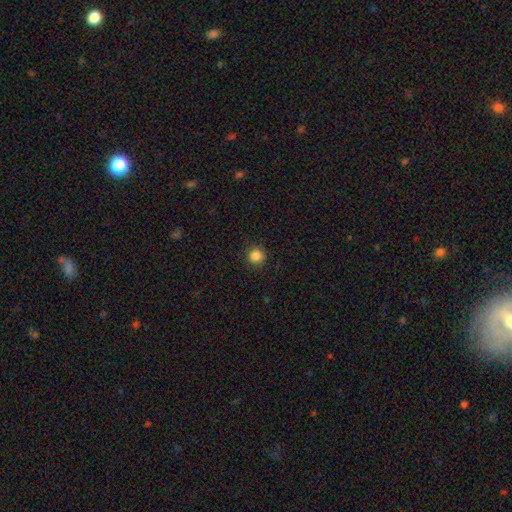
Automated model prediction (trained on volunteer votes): smooth 85%, star or artifact 11%, featured or disk 4%. Down the decision tree: how rounded — round (95%); merging — none (91%).